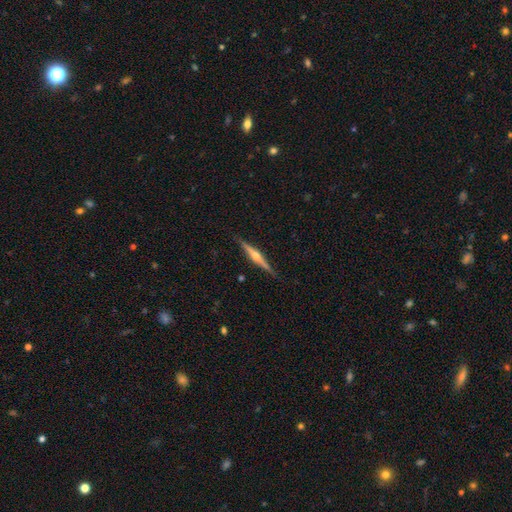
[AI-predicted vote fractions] smooth-or-featured: featured or disk: 80% | smooth: 15% | star or artifact: 5%
  disk-edge-on: yes: 98% | no: 2%
    edge-on-bulge: rounded: 93% | boxy: 3% | none: 3%
  merging: none: 90% | minor disturbance: 8% | major disturbance: 1% | merger: 1%